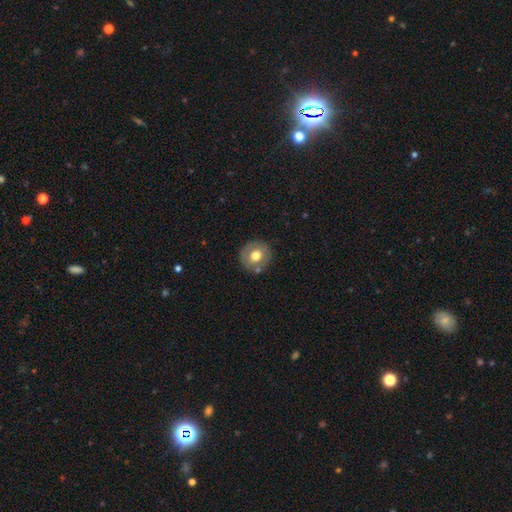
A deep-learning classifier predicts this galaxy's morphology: smooth-or-featured: smooth: 63% | featured or disk: 29% | star or artifact: 8%
  how-rounded: round: 90% | in between: 9% | cigar-shaped: 1%
  merging: none: 81% | minor disturbance: 10% | merger: 5% | major disturbance: 3%